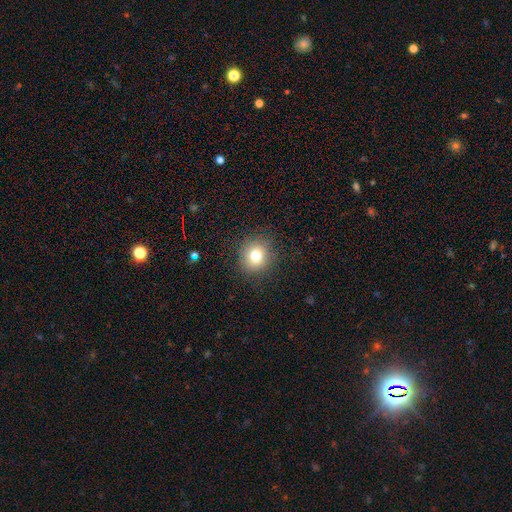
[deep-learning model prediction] The model was most divided on "smooth or featured": smooth: 76%, star or artifact: 14%, featured or disk: 10%. More confident: how rounded — round (89%); merging — none (87%).